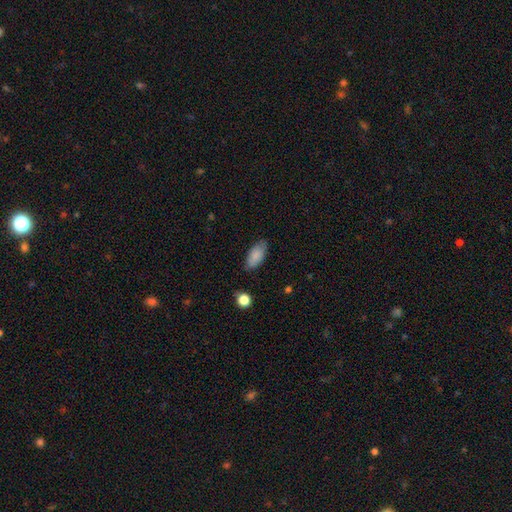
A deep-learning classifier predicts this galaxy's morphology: Smooth or featured? smooth (85%)
How rounded? in between (89%)
Merging? none (77%)